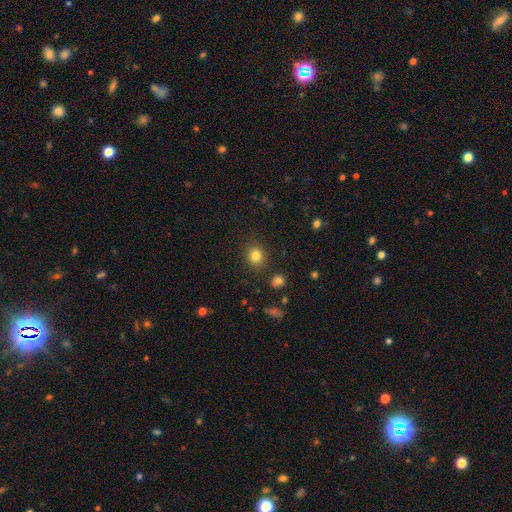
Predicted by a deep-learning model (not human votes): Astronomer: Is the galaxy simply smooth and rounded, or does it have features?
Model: smooth — 82%.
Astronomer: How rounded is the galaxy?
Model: round — 79%.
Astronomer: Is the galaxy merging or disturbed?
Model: none — 88%.